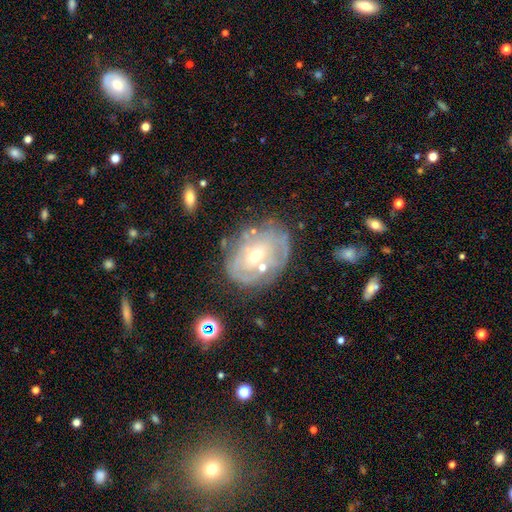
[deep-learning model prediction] A featured or disk galaxy (67%) with no bar (67%), spiral arms (56%) and a small central bulge (50%). Merging: none (60%).